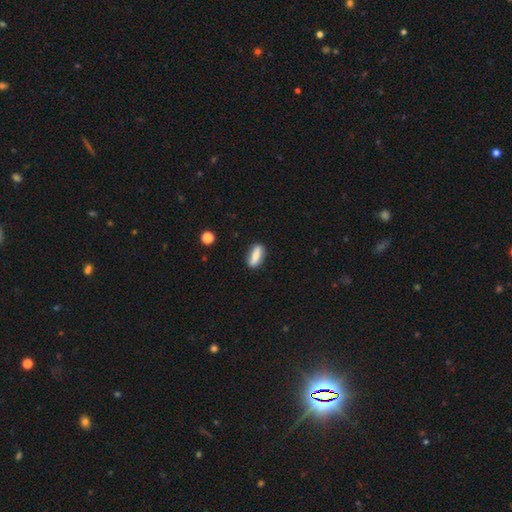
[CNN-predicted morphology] Smooth or featured? Predicted: smooth (p=0.81). How rounded? Predicted: in between (p=0.60). Merging? Predicted: none (p=0.81).